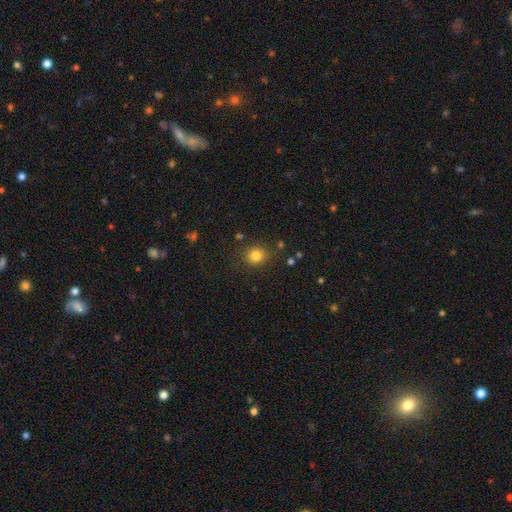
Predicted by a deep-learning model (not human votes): Smooth or featured? Predicted: smooth (p=0.81). How rounded? Predicted: round (p=0.85). Merging? Predicted: none (p=0.85).